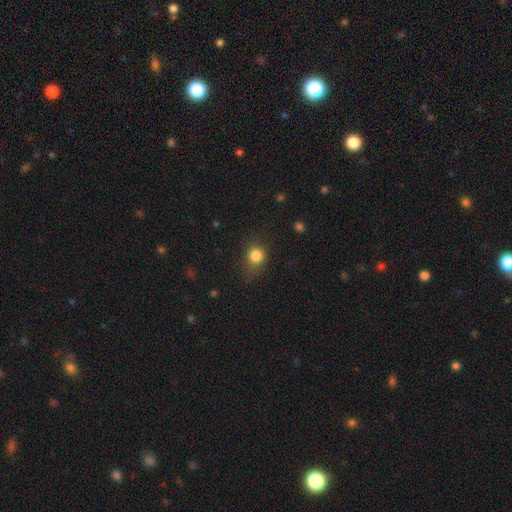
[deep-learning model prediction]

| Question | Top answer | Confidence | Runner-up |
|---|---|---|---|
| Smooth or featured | smooth | 82% | star or artifact (12%) |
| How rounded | round | 77% | in between (22%) |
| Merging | none | 68% | minor disturbance (22%) |